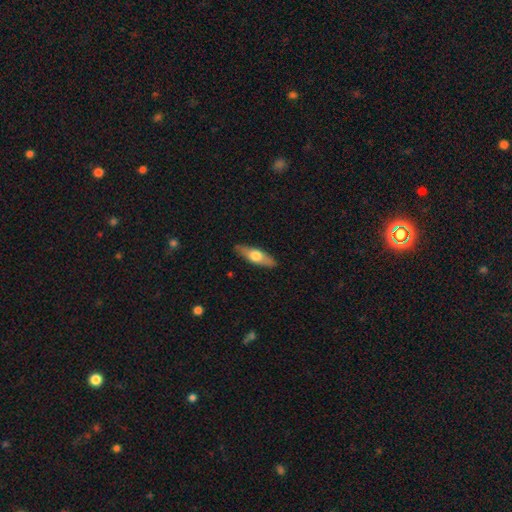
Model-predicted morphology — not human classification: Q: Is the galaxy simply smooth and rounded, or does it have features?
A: smooth — 54%.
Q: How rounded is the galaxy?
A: cigar-shaped — 50%.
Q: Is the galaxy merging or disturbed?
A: none — 87%.